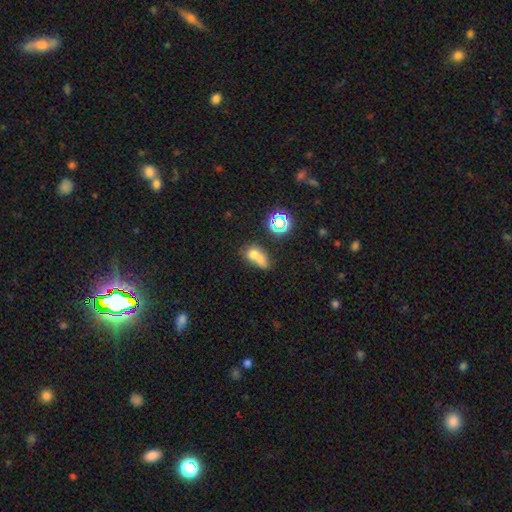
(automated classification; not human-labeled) Smooth or featured: smooth — 64% (featured or disk — 18%)
How rounded: in between — 54% (round — 42%)
Merging: merger — 57% (none — 26%)